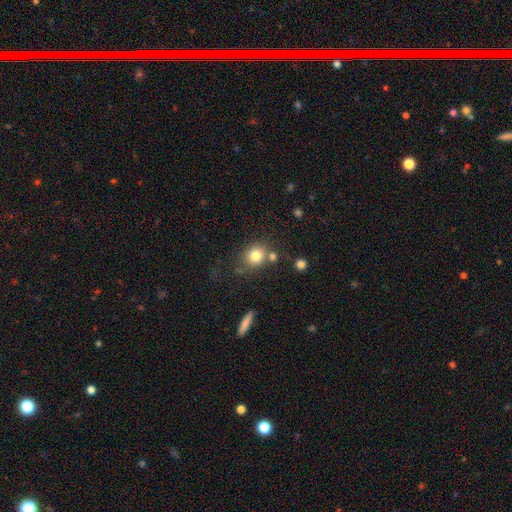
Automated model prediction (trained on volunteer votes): A smooth galaxy with no disk features (80%) that is round (77%).

Vote fractions:
- Smooth or featured? smooth: 80% / star or artifact: 11% / featured or disk: 9%
- How rounded? round: 77% / in between: 22% / cigar-shaped: 1%
- Merging? none: 67% / merger: 16% / minor disturbance: 13% / major disturbance: 5%